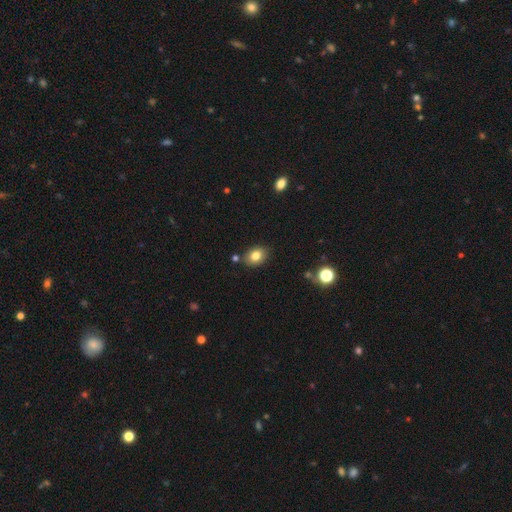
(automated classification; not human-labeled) A smooth galaxy with no disk features (81%) that is in between round and cigar-shaped (66%). Merging: none (81%).